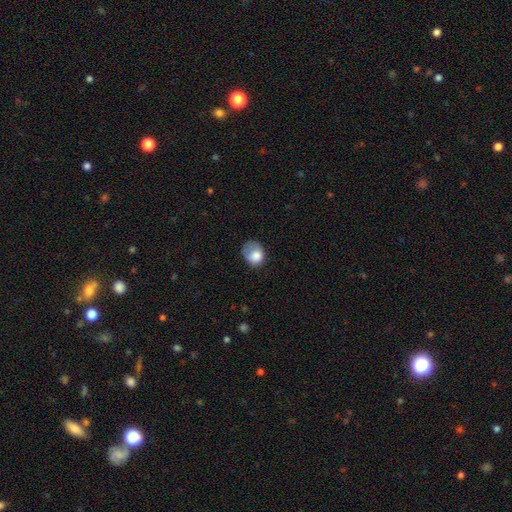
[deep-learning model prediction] This is likely a smooth galaxy (78%). How rounded: possibly round (55%). Merging: marginally minor disturbance (37%).